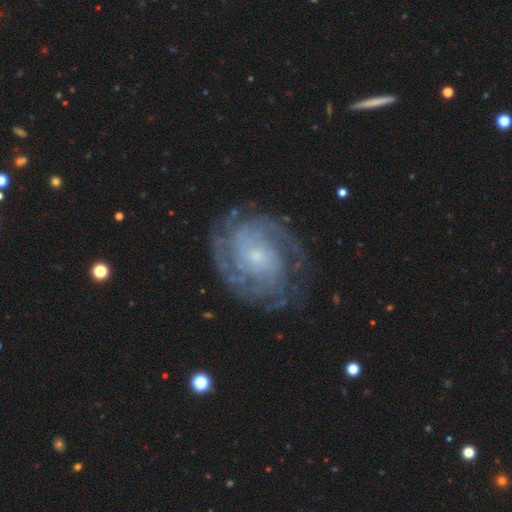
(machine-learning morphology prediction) Smooth or featured? featured or disk (87%)
Edge-on disk? no (97%)
Bar? no (70%)
Spiral arms? yes (96%)
Spiral winding? tight (68%)
Spiral arm count? can't tell (34%)
Bulge size? small (72%)
Merging? none (77%)